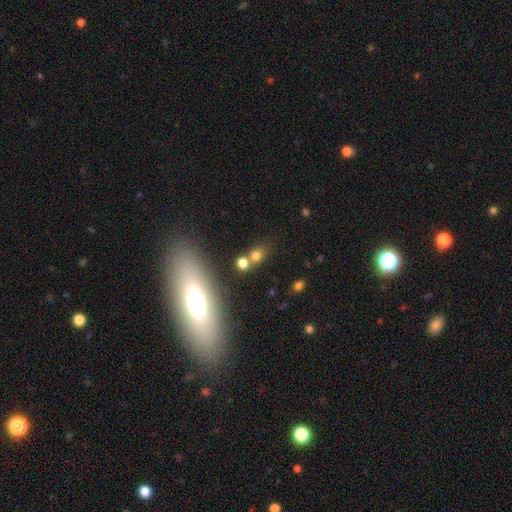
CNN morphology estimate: A smooth galaxy with no disk features (71%) that is round (57%). Merging: none (56%).